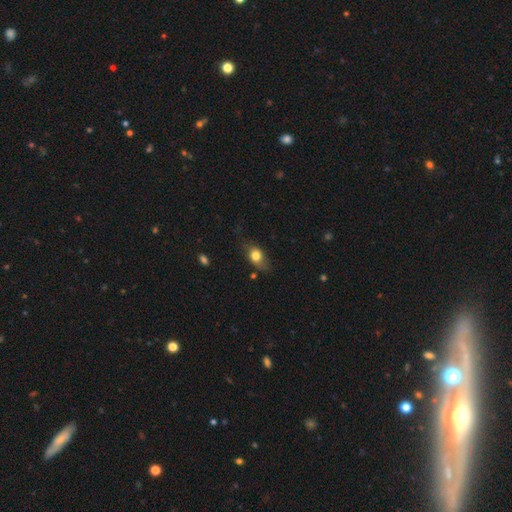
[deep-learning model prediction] This appears to be a smooth galaxy with no disk features (75%) that is in between round and cigar-shaped (70%). Merging: none (62%).